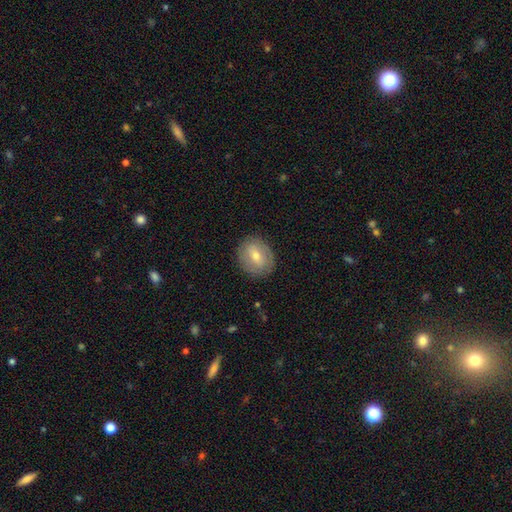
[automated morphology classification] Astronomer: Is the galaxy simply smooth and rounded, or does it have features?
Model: smooth — 58% (runner-up: featured or disk, 35%).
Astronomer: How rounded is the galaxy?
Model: round — 55% (runner-up: in between, 44%).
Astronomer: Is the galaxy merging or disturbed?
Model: none — 85%.